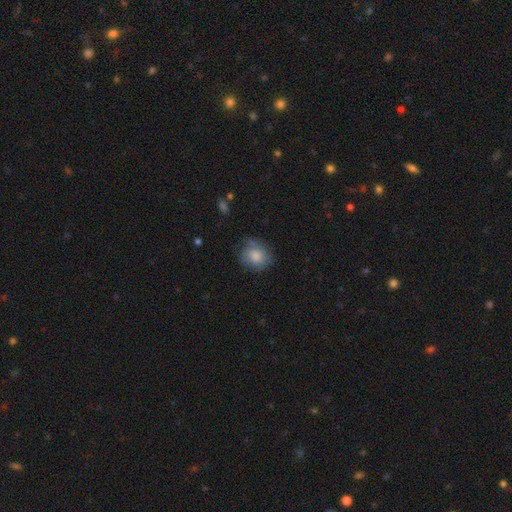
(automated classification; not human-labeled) This appears to be a smooth galaxy with no disk features (78%) that is round (72%). Merging: none (64%).